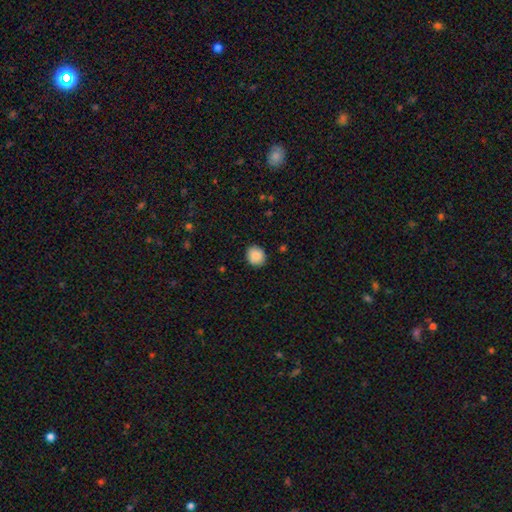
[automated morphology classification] type=smooth (88%); roundness=round (79%); merging=none (88%).